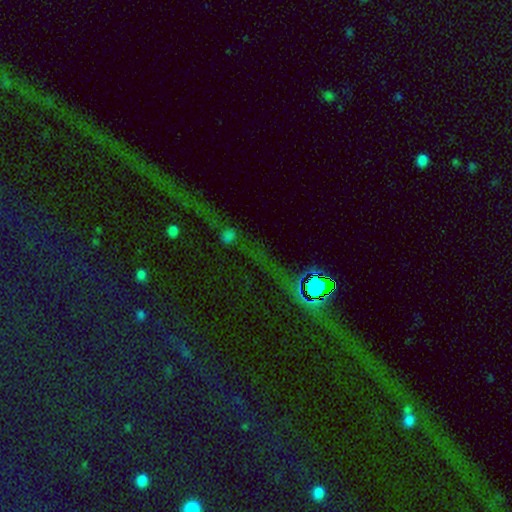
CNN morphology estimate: A star or artifact, not a galaxy (75%).